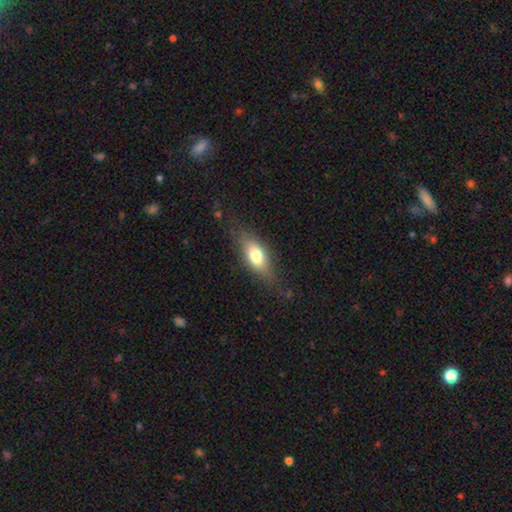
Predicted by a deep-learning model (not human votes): Morphology: type=smooth (70%); roundness=in between (76%); merging=none (73%).